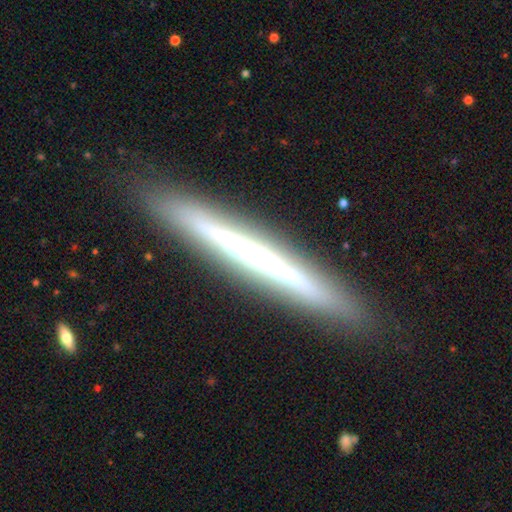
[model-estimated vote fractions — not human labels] smooth_or_featured: featured or disk (p=0.72) [alt: smooth p=0.20]
disk_edge_on: yes (p=0.95) [alt: no p=0.05]
edge_on_bulge: none (p=0.64) [alt: rounded p=0.26]
merging: none (p=0.89) [alt: minor disturbance p=0.08]